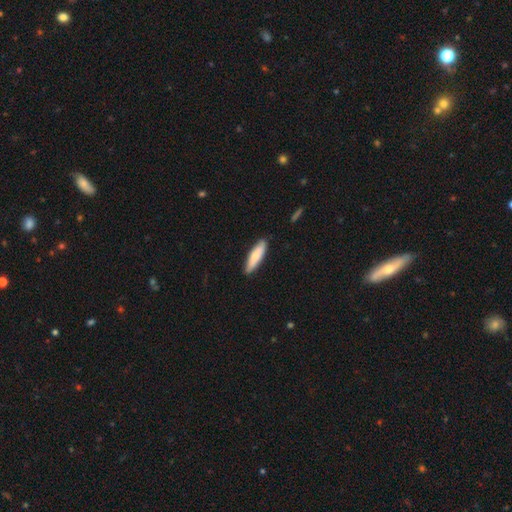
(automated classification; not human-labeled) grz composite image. It shows a smooth galaxy with no disk features (79%) that is cigar-shaped (66%). Merging: none (85%).